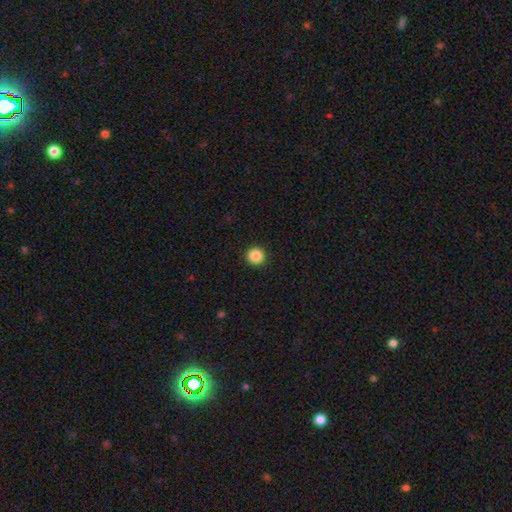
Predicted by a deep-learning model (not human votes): smooth-or-featured: smooth: 87% | star or artifact: 9% | featured or disk: 3%
  how-rounded: round: 95% | in between: 4% | cigar-shaped: 1%
  merging: none: 93% | minor disturbance: 4% | major disturbance: 2% | merger: 1%